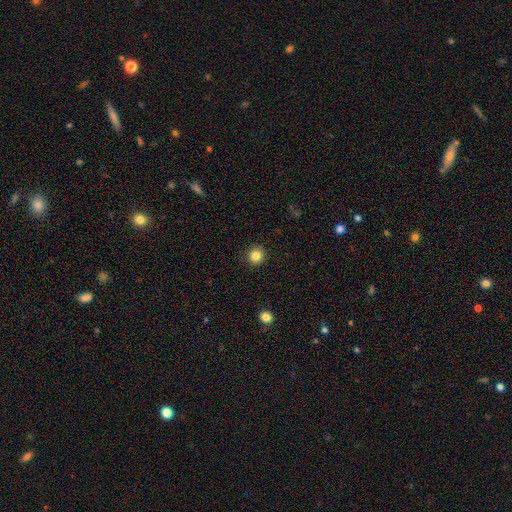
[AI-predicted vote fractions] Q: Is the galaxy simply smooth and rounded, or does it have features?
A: smooth — 84%.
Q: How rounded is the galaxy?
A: round — 92%.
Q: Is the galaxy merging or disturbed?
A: none — 92%.